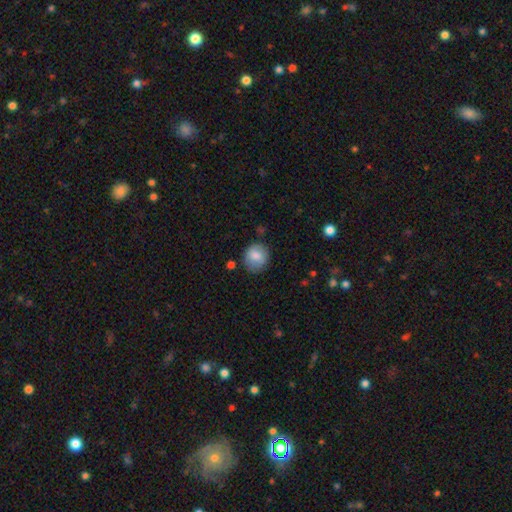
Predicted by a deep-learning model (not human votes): smooth_or_featured: smooth (p=0.80) [alt: featured or disk p=0.12]
how_rounded: round (p=0.79) [alt: in between p=0.20]
merging: none (p=0.77) [alt: minor disturbance p=0.16]